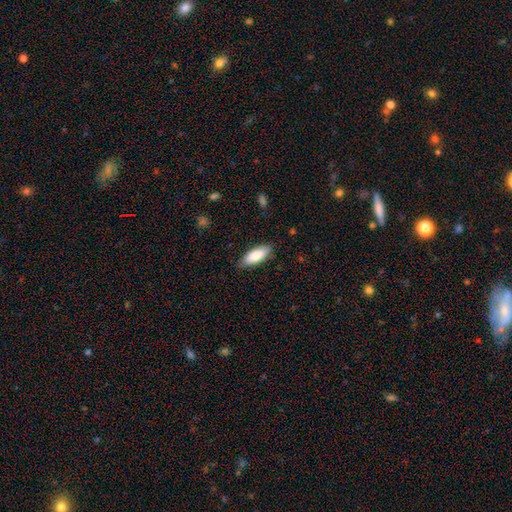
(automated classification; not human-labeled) The model was most divided on "how rounded": in between: 73%, cigar-shaped: 26%, round: 2%. More confident: merging — none (85%); smooth or featured — smooth (83%).